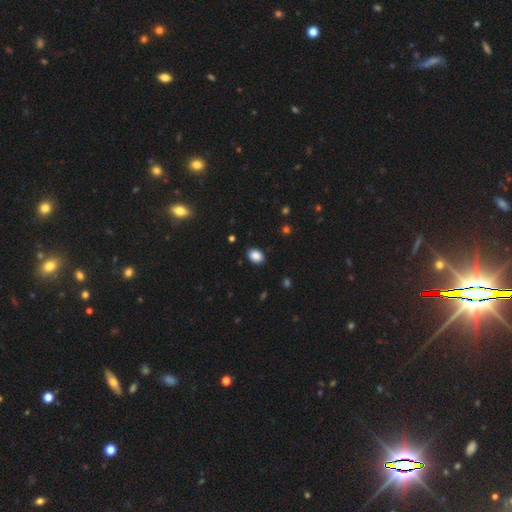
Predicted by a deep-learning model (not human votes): The model was most divided on "how rounded": in between: 71%, round: 28%, cigar-shaped: 1%. More confident: merging — none (88%); smooth or featured — smooth (88%).